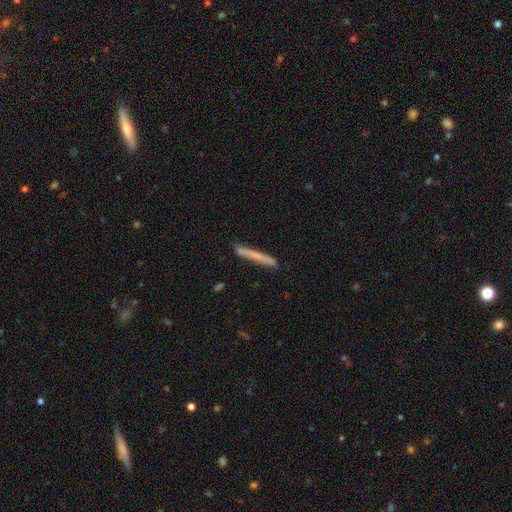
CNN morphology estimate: Smooth or featured? Predicted: smooth (p=0.68). How rounded? Predicted: cigar-shaped (p=0.97). Merging? Predicted: none (p=0.88).